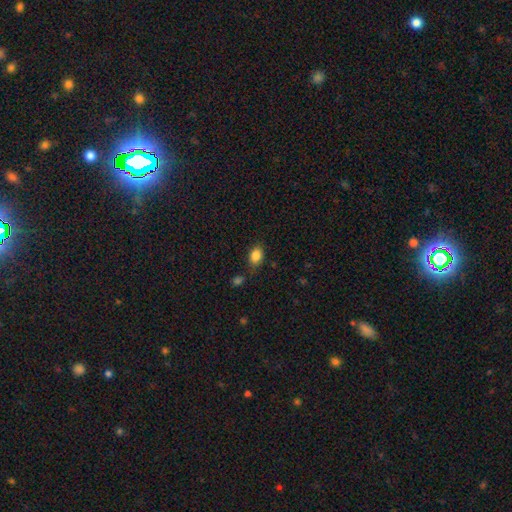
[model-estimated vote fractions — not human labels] smooth 85%, star or artifact 10%, featured or disk 5%. Down the decision tree: how rounded — in between (73%); merging — none (70%).